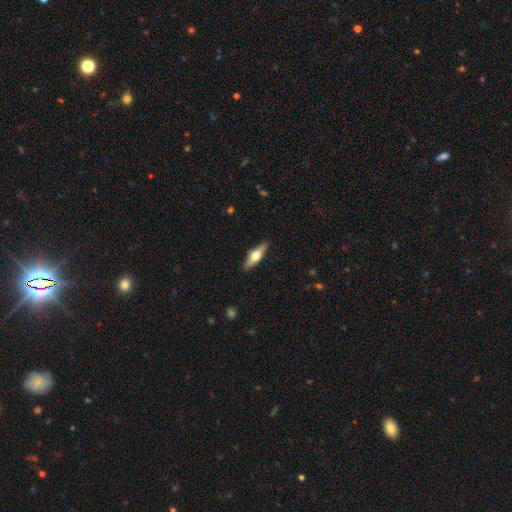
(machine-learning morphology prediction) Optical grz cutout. It shows a featured or disk galaxy (51%) viewed edge-on (91%). Merging: none (89%).